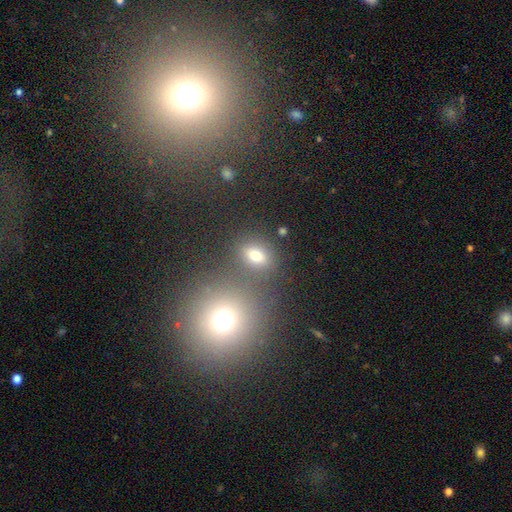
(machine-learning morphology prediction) smooth-or-featured: smooth: 73% | star or artifact: 18% | featured or disk: 10%
  how-rounded: in between: 69% | round: 27% | cigar-shaped: 4%
  merging: none: 74% | minor disturbance: 11% | merger: 10% | major disturbance: 5%